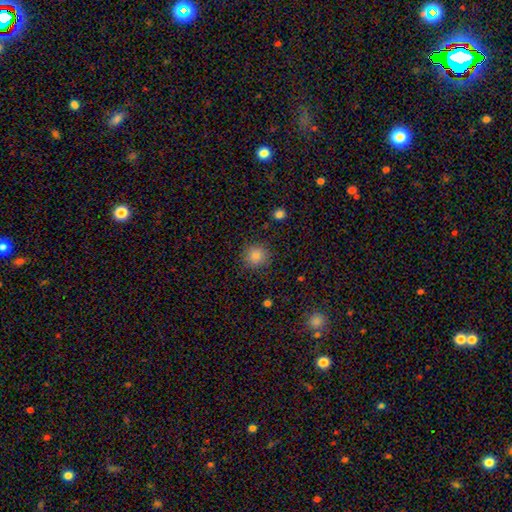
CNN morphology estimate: Smooth or featured? Predicted: smooth (p=0.83). How rounded? Predicted: round (p=0.91). Merging? Predicted: none (p=0.89).